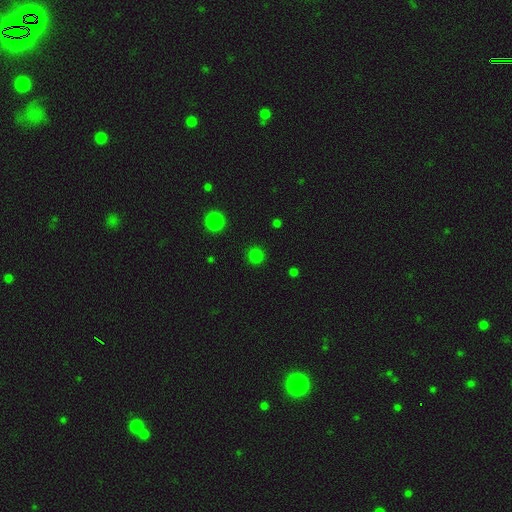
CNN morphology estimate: Smooth or featured: smooth — 79% (star or artifact — 18%)
How rounded: round — 93% (in between — 6%)
Merging: none — 90% (minor disturbance — 6%)